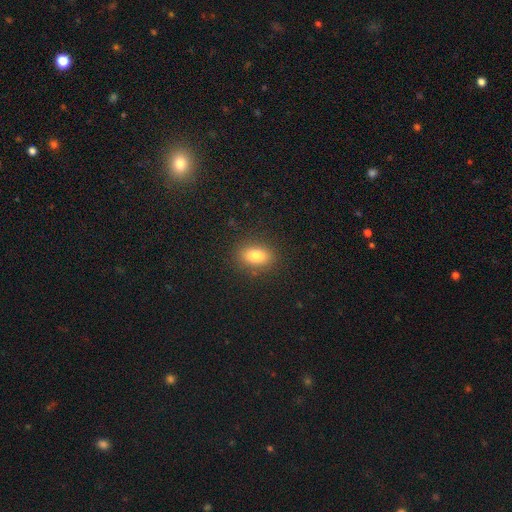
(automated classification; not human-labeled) smooth 80%, star or artifact 10%, featured or disk 10%. Down the decision tree: how rounded — in between (80%); merging — none (87%).